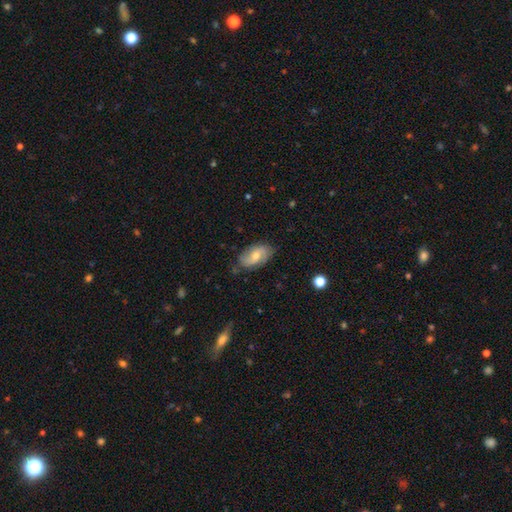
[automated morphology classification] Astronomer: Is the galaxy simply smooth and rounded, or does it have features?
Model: featured or disk — 51% (runner-up: smooth, 41%).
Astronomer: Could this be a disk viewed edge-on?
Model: no — 93%.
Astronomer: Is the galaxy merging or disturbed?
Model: none — 76%.